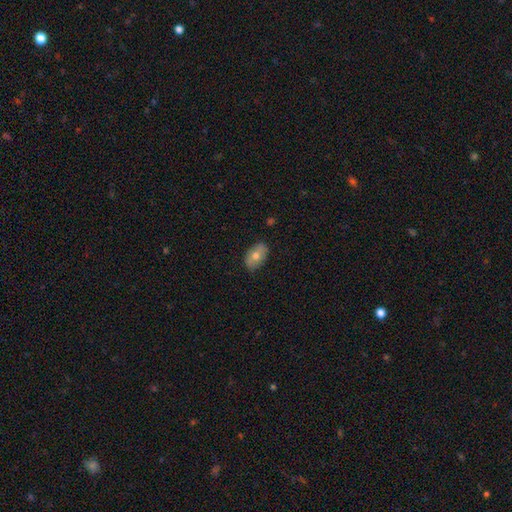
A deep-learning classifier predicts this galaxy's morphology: Overall: smooth (67%). How rounded: in between (89%). Merging: none (84%).